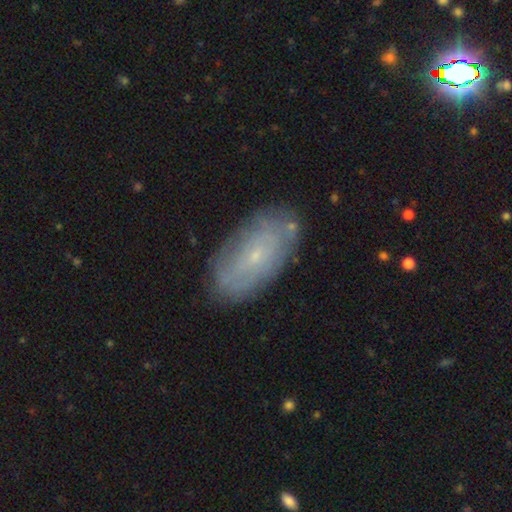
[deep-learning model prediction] This appears to be a featured or disk galaxy (55%). Merging: none (80%).